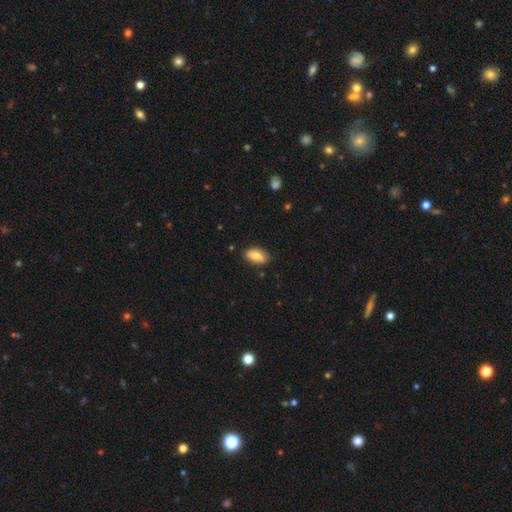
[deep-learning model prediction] Smooth or featured? Predicted: smooth (p=0.75). How rounded? Predicted: in between (p=0.86). Merging? Predicted: none (p=0.82).